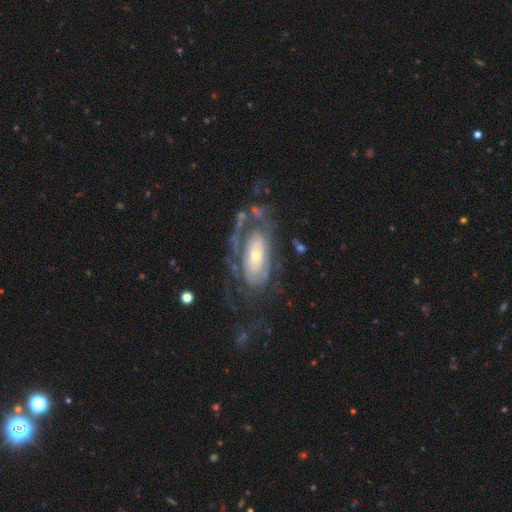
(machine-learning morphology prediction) Smooth or featured: featured or disk — 79% (smooth — 15%)
Edge-on disk: no — 93% (yes — 7%)
Bar: no — 70% (weak — 21%)
Spiral arms: yes — 75% (no — 25%)
Spiral winding: tight — 58% (medium — 27%)
Spiral arm count: can't tell — 43% (2 — 28%)
Bulge size: small — 51% (moderate — 41%)
Merging: none — 43% (major disturbance — 34%)